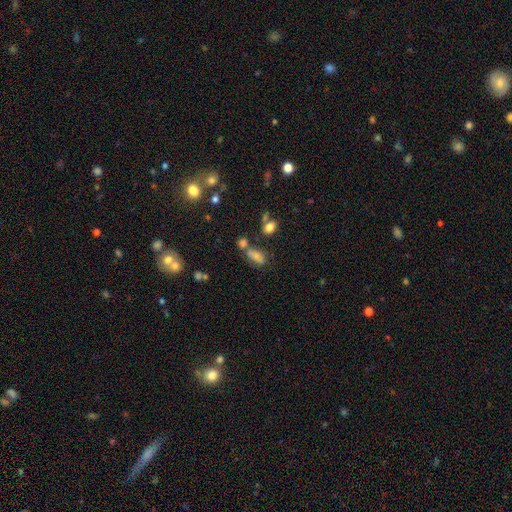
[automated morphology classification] A smooth galaxy with no disk features (73%) that is in between round and cigar-shaped (82%). Merging: none (47%).